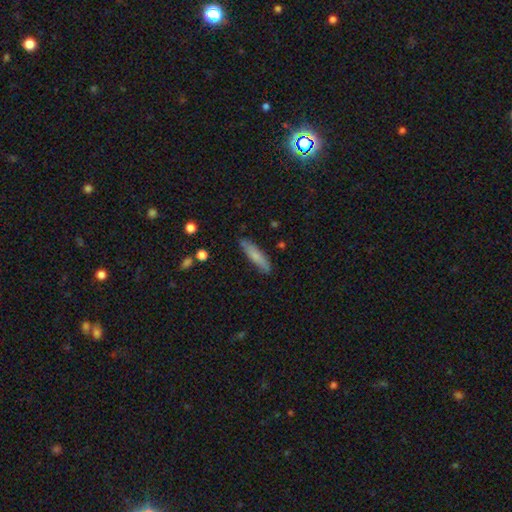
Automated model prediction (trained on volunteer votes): smooth 75%, featured or disk 19%, star or artifact 6%. Down the decision tree: how rounded — cigar-shaped (80%); merging — none (83%).